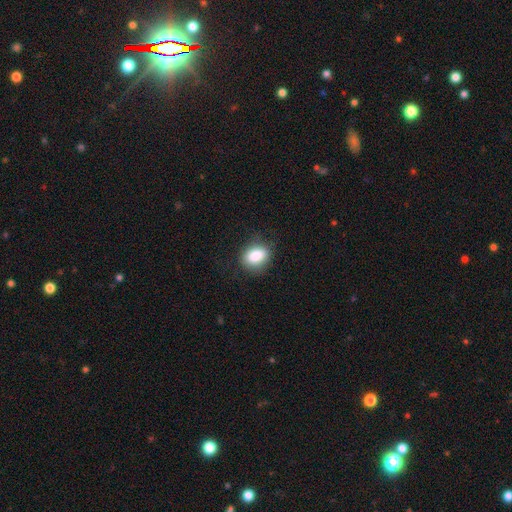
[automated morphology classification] Smooth or featured: smooth — 86% (star or artifact — 8%)
How rounded: in between — 74% (round — 25%)
Merging: none — 79% (minor disturbance — 16%)